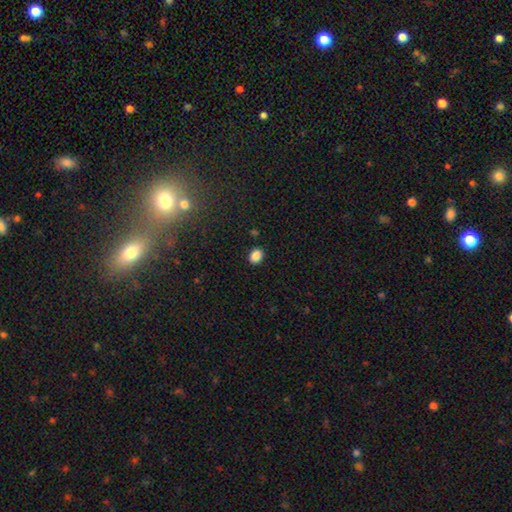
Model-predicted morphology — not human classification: Smooth or featured: smooth — 86% (star or artifact — 10%)
How rounded: in between — 54% (round — 45%)
Merging: none — 89% (minor disturbance — 7%)